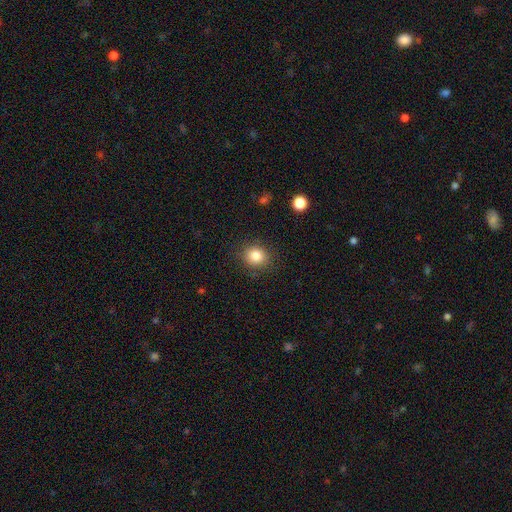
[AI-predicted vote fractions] This appears to be a smooth galaxy with no disk features (83%) that is round (80%). Merging: none (87%).